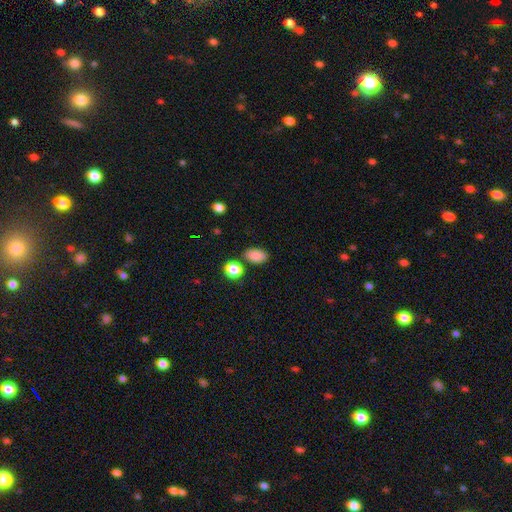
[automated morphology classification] Overall: smooth (86%). How rounded: in between (85%). Merging: none (78%).